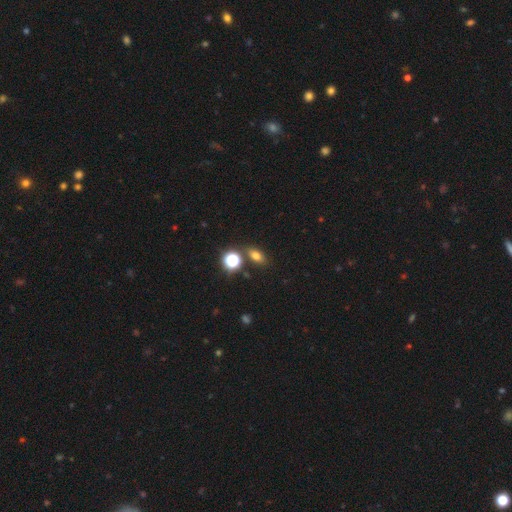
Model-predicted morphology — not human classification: smooth_or_featured: smooth (p=0.71) [alt: star or artifact p=0.20]
how_rounded: in between (p=0.72) [alt: round p=0.25]
merging: none (p=0.78) [alt: minor disturbance p=0.10]